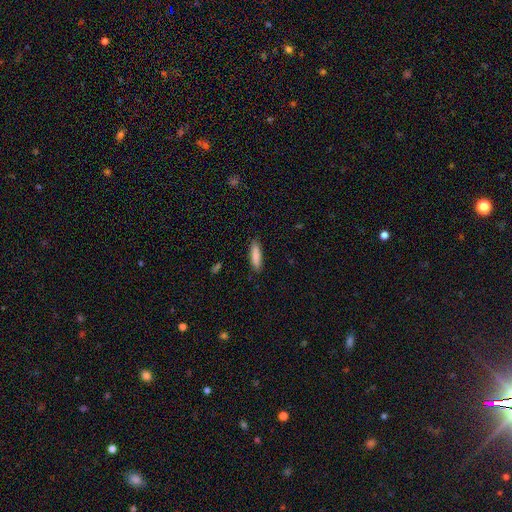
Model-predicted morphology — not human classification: A smooth galaxy with no disk features (86%) that is cigar-shaped (66%). Merging: none (88%).